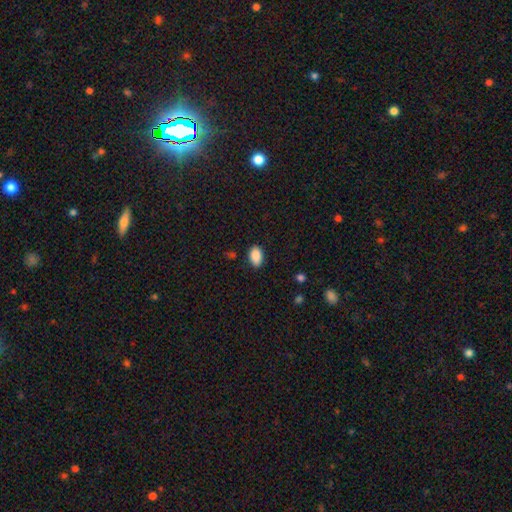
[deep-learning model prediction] Morphology: type=smooth (89%); roundness=in between (90%); merging=none (81%).